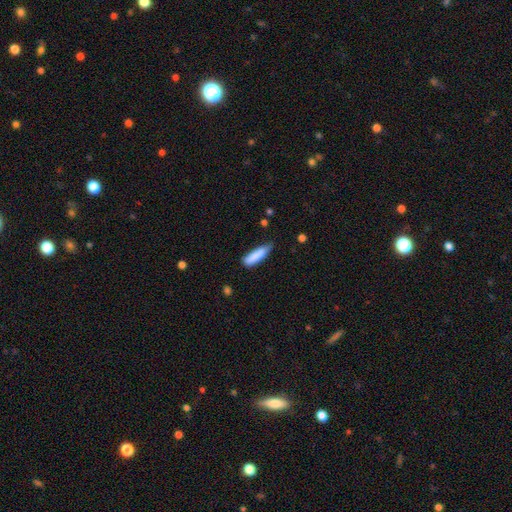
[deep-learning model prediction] Smooth or featured?
  - smooth: 85% *
  - featured or disk: 9%
  - star or artifact: 7%
How rounded?
  - cigar-shaped: 66% *
  - in between: 32%
  - round: 1%
Merging?
  - none: 59% *
  - minor disturbance: 33%
  - major disturbance: 6%
  - merger: 2%